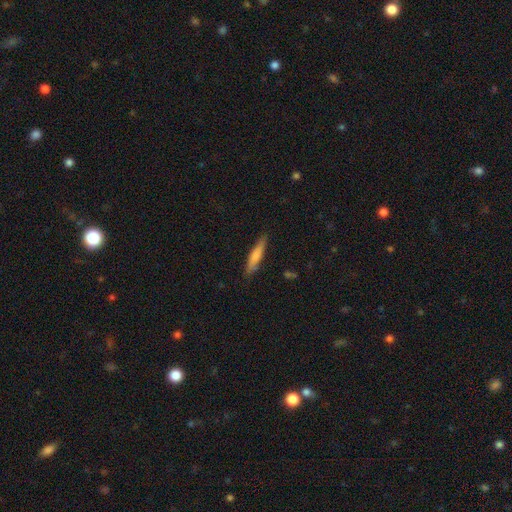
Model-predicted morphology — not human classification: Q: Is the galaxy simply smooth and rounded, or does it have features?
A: smooth — 68%.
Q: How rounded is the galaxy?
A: cigar-shaped — 88%.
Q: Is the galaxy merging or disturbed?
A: none — 83%.